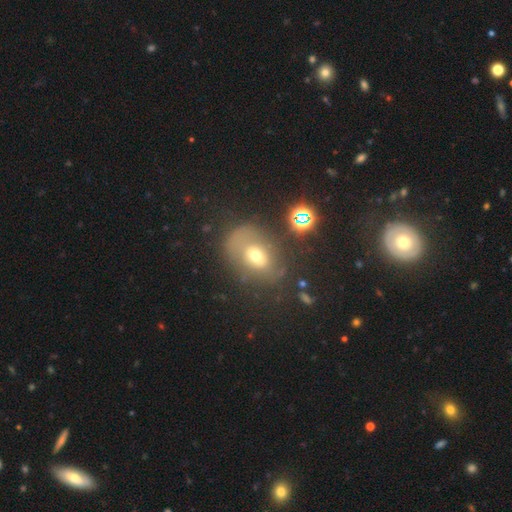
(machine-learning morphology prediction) This is possibly a smooth galaxy (51%). How rounded: likely in between (68%). Merging: possibly none (53%).